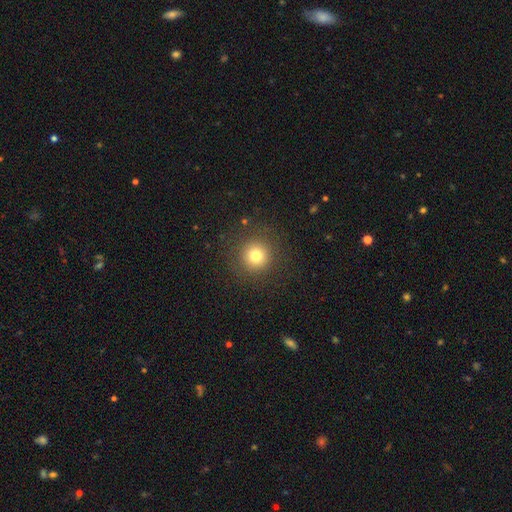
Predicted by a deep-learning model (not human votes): The model was most divided on "smooth or featured": smooth: 78%, star or artifact: 14%, featured or disk: 8%. More confident: how rounded — round (94%); merging — none (89%).